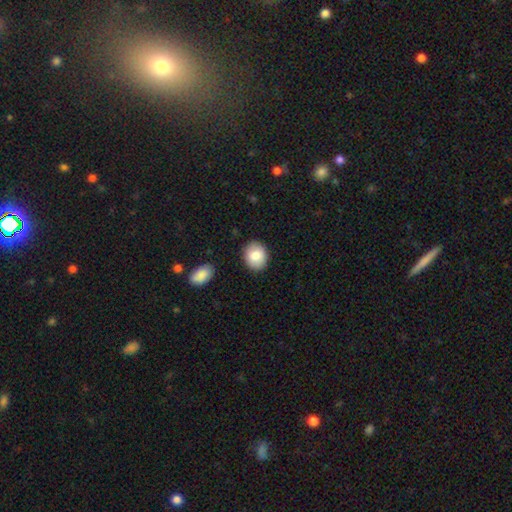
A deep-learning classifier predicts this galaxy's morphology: The model was most divided on "how rounded": in between: 52%, round: 47%, cigar-shaped: 1%. More confident: merging — none (87%); smooth or featured — smooth (82%).